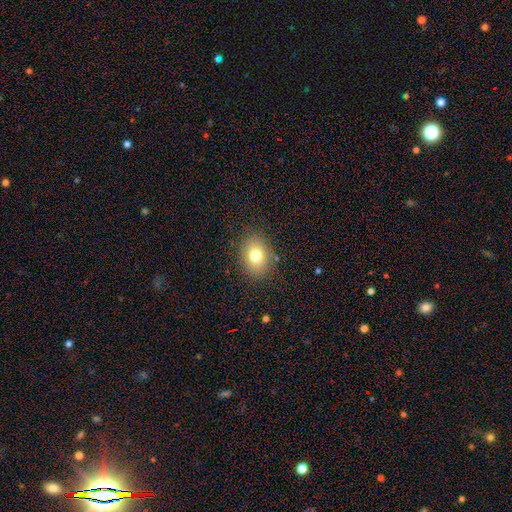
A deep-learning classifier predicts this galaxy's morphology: Smooth or featured: smooth — 76% (star or artifact — 12%)
How rounded: in between — 56% (round — 43%)
Merging: none — 85% (minor disturbance — 10%)